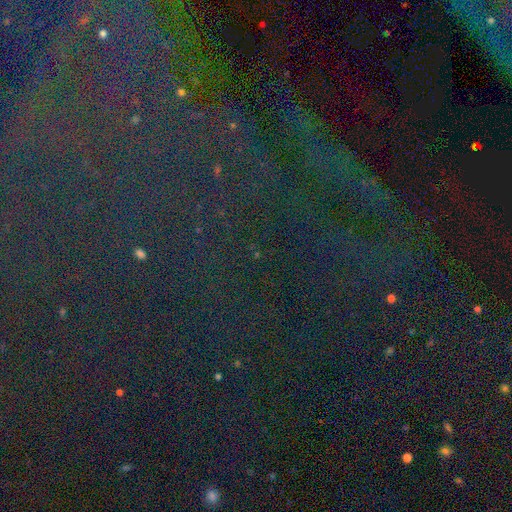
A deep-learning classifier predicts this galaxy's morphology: star or artifact 82%, smooth 9%, featured or disk 8%.